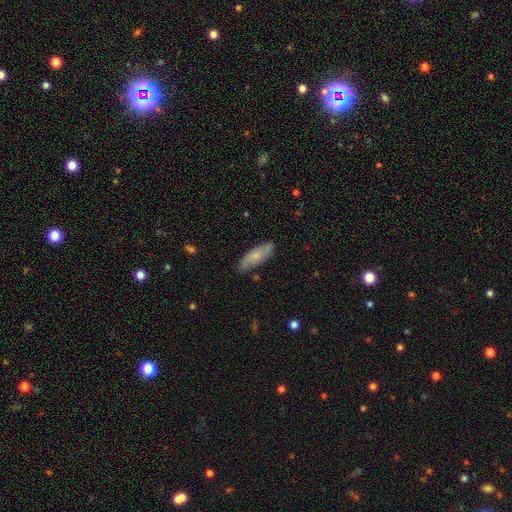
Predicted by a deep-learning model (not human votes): Smooth or featured? smooth (59%)
How rounded? in between (57%)
Merging? none (78%)